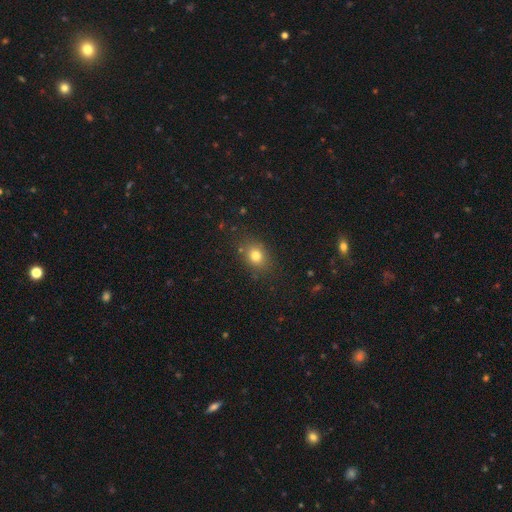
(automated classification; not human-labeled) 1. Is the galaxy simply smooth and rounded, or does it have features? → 79% smooth, 13% star or artifact, 8% featured or disk.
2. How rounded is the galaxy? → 51% in between, 47% round, 1% cigar-shaped.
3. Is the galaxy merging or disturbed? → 82% none, 12% minor disturbance, 4% major disturbance, 2% merger.